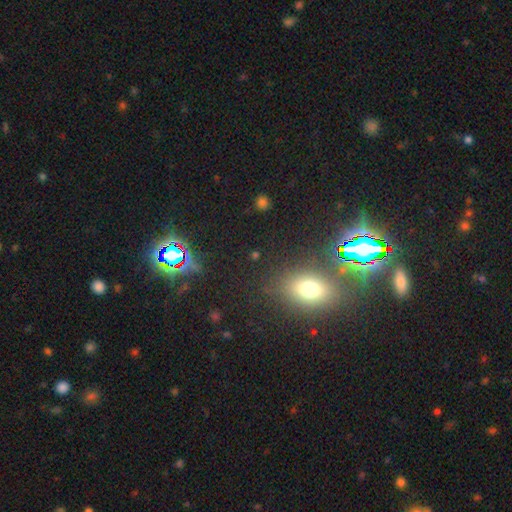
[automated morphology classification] star or artifact 49%, smooth 41%, featured or disk 10%.